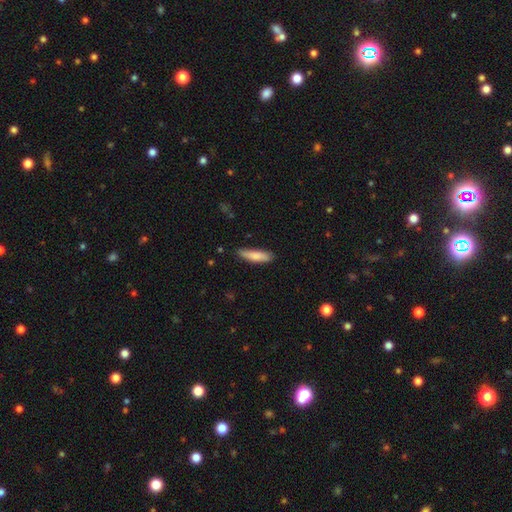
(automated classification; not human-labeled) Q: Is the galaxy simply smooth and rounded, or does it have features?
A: smooth — 81%.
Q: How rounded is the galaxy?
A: cigar-shaped — 69%.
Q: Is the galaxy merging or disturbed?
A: none — 80%.